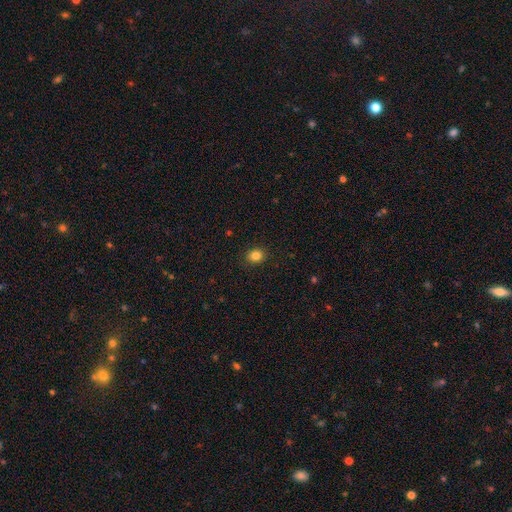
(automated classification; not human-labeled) This appears to be a smooth galaxy with no disk features (84%) that is round (68%). Merging: none (90%).